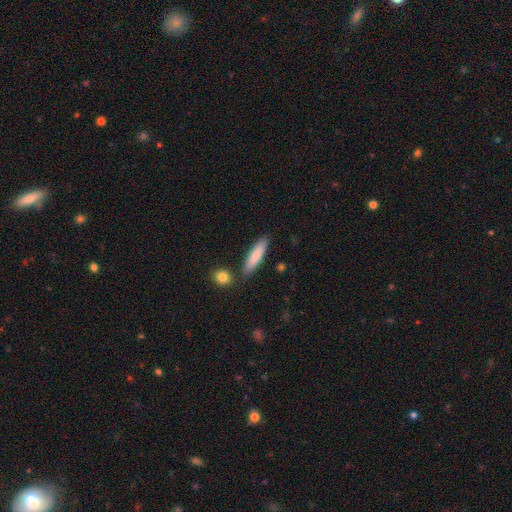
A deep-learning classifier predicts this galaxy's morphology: Smooth or featured? Predicted: smooth (p=0.82). How rounded? Predicted: cigar-shaped (p=0.77). Merging? Predicted: none (p=0.84).